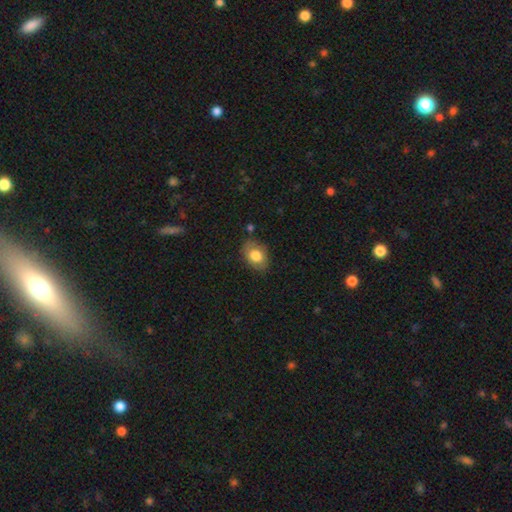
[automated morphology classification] smooth 75%, featured or disk 17%, star or artifact 7%. Down the decision tree: how rounded — in between (78%); merging — none (76%).